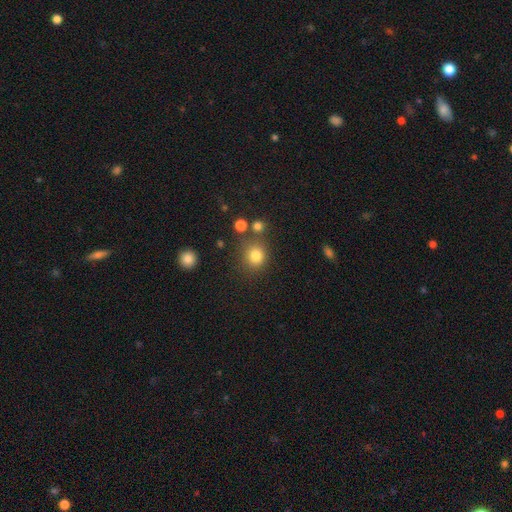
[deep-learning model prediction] A smooth galaxy with no disk features (81%) that is round (85%). Merging: none (75%).